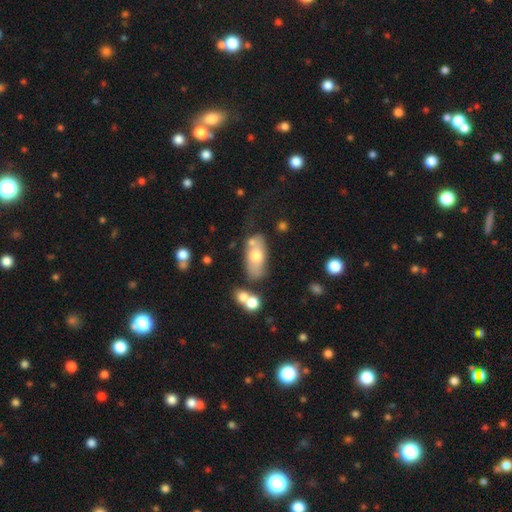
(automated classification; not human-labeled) Smooth or featured? smooth (63%)
How rounded? in between (85%)
Merging? none (54%)